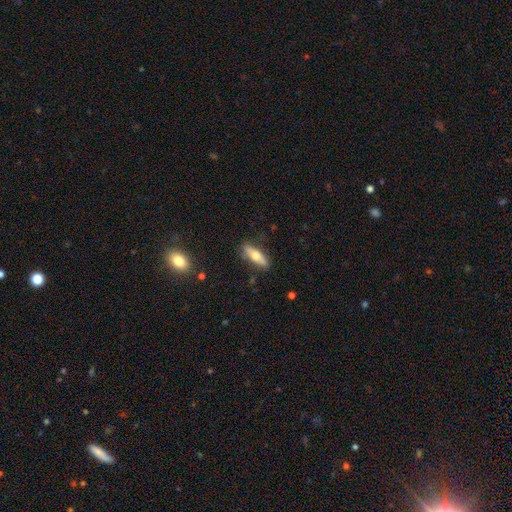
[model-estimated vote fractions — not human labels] smooth 54%, featured or disk 39%, star or artifact 6%. Down the decision tree: how rounded — cigar-shaped (58%); merging — none (83%).